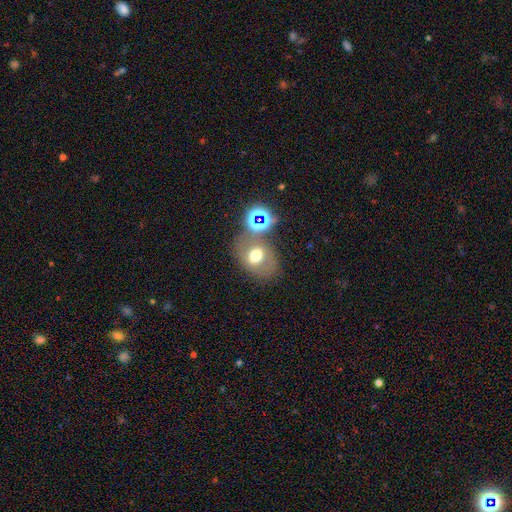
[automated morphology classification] A smooth galaxy with no disk features (52%) that is in between round and cigar-shaped (54%).

Vote fractions:
- Smooth or featured? smooth: 52% / featured or disk: 29% / star or artifact: 19%
- How rounded? in between: 54% / round: 44% / cigar-shaped: 1%
- Merging? none: 58% / merger: 17% / minor disturbance: 15% / major disturbance: 9%